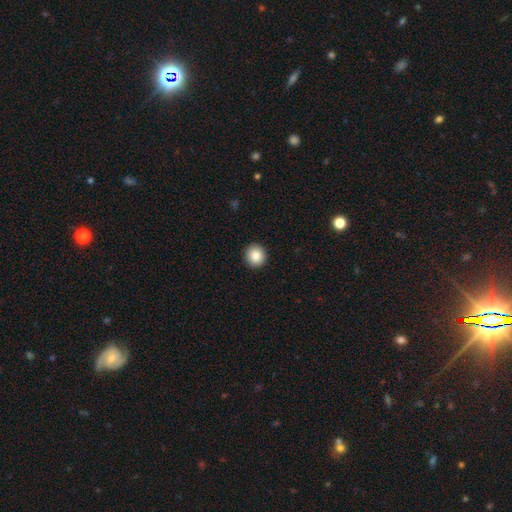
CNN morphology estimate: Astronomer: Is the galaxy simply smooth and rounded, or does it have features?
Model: smooth — 86%.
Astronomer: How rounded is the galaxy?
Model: round — 93%.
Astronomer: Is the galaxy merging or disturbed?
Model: none — 93%.